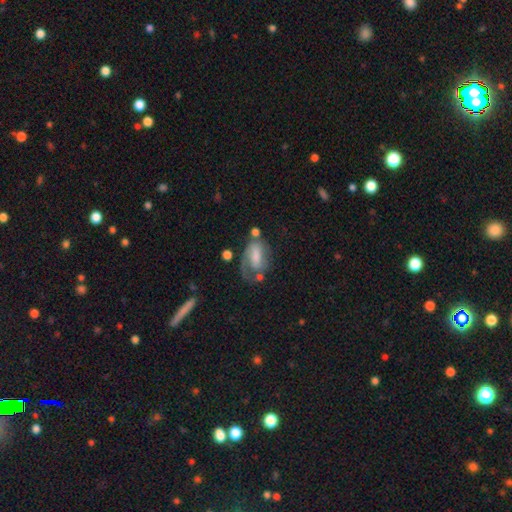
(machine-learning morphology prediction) Smooth or featured? featured or disk (56%)
Edge-on disk? no (95%)
Bar? weak (43%)
Spiral arms? yes (77%)
Bulge size? moderate (32%)
Merging? none (36%)